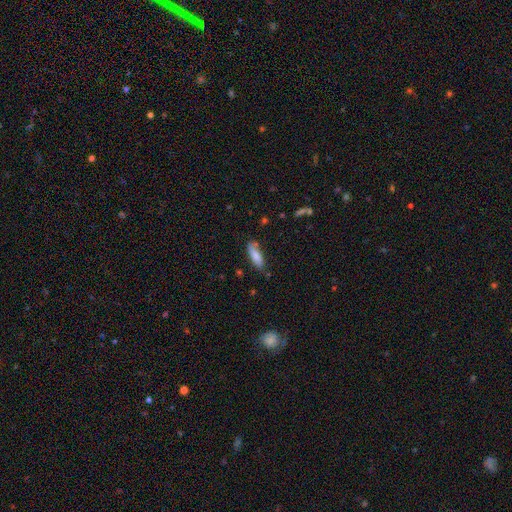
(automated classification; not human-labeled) Smooth or featured? Predicted: smooth (p=0.80). How rounded? Predicted: in between (p=0.57). Merging? Predicted: none (p=0.69).